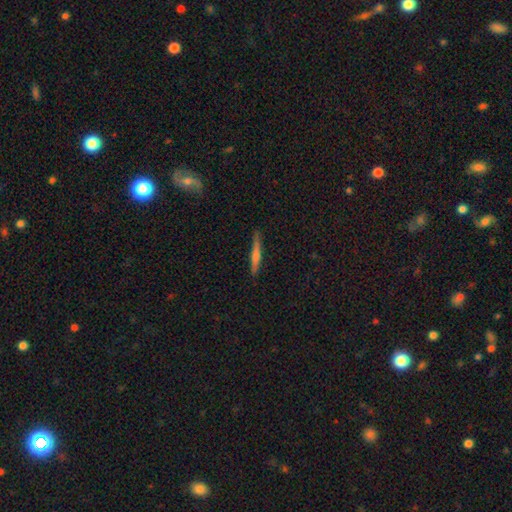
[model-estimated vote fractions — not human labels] Overall: featured or disk (62%; smooth 31%). Edge-on disk: yes (97%). Edge-on bulge: rounded (72%). Merging: none (90%).